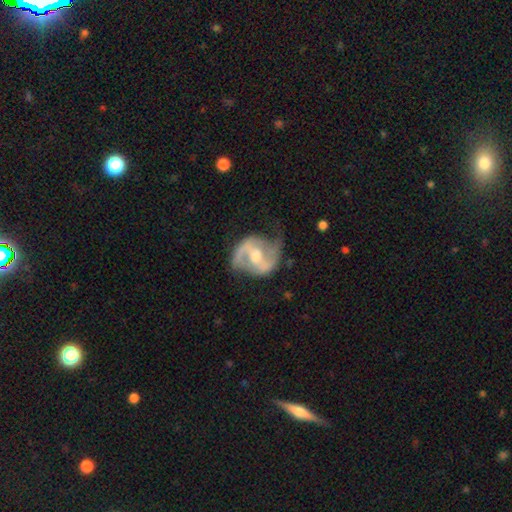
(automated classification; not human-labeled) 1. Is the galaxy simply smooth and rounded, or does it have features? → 85% featured or disk, 10% smooth, 5% star or artifact.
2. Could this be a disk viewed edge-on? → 97% no, 3% yes.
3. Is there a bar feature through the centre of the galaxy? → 46% weak, 27% no, 27% strong.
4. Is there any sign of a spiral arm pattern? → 93% yes, 7% no.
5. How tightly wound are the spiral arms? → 51% medium, 29% loose, 20% tight.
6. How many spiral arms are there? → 88% 2, 5% can't tell, 3% 1, 2% 3, 1% 4, 1% more than 4.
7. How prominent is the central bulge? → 67% moderate, 20% small, 9% large, 3% none, 1% dominant.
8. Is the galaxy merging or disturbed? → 62% none, 24% minor disturbance, 13% major disturbance, 2% merger.